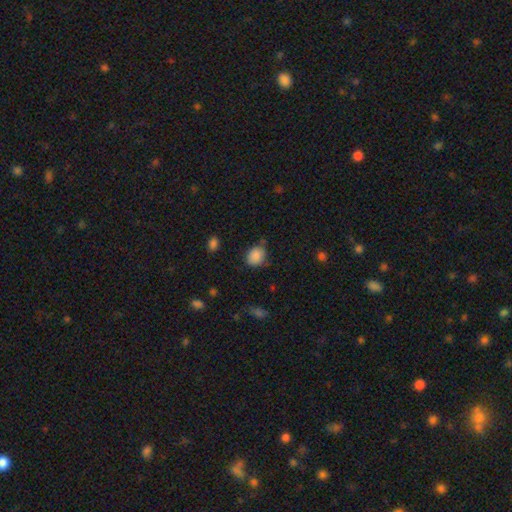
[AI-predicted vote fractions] A smooth galaxy with no disk features (87%) that is round (59%). Merging: none (68%).